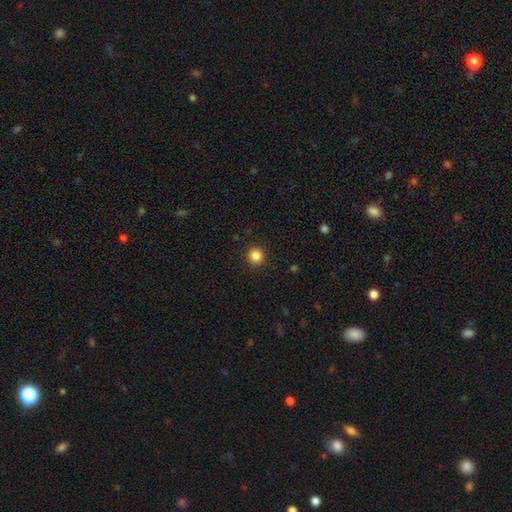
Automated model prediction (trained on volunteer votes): smooth-or-featured: smooth: 85% | star or artifact: 11% | featured or disk: 4%
  how-rounded: round: 93% | in between: 6% | cigar-shaped: 1%
  merging: none: 92% | minor disturbance: 5% | major disturbance: 2% | merger: 1%